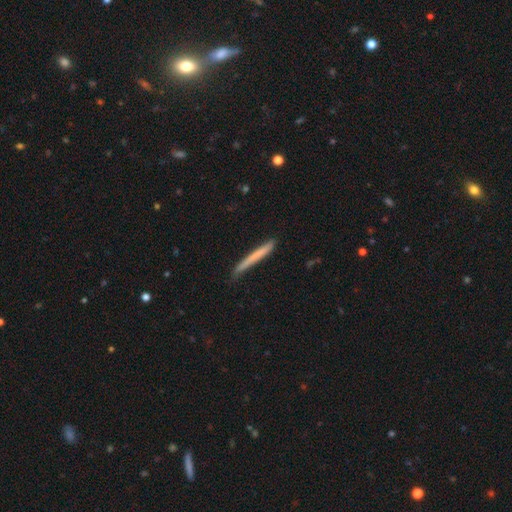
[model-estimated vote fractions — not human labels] A smooth galaxy with no disk features (65%) that is cigar-shaped (97%).

Vote fractions:
- Smooth or featured? smooth: 65% / featured or disk: 29% / star or artifact: 6%
- How rounded? cigar-shaped: 97% / in between: 2% / round: 1%
- Merging? none: 79% / minor disturbance: 17% / major disturbance: 2% / merger: 2%